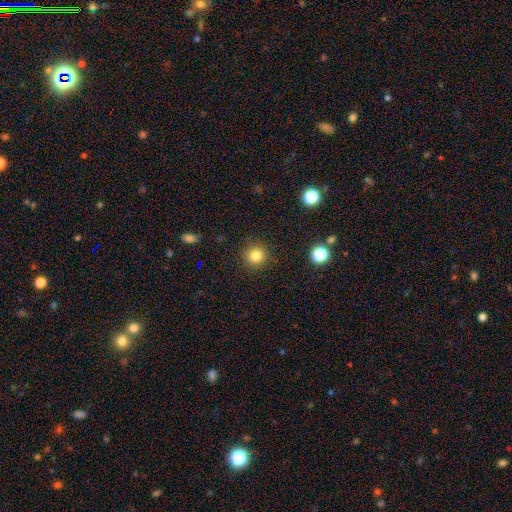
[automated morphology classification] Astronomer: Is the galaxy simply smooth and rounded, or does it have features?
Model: smooth — 82%.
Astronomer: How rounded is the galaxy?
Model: round — 92%.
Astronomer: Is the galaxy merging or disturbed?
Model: none — 90%.